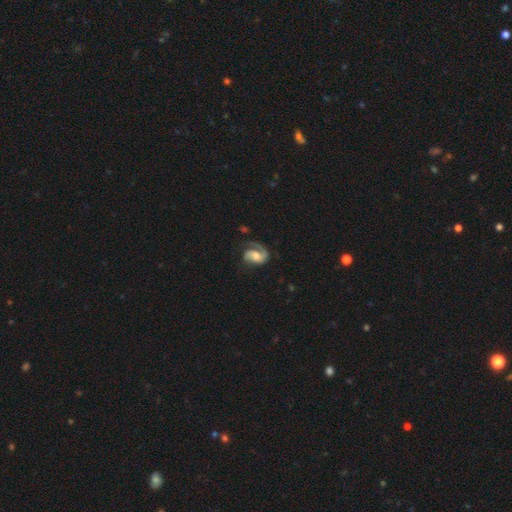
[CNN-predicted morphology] type=featured or disk (78%); edge-on=no (97%); bar=no (52%); spiral arms=yes (94%); winding=medium (45%); arm count=2 (49%); bulge=moderate (52%); merging=none (52%).